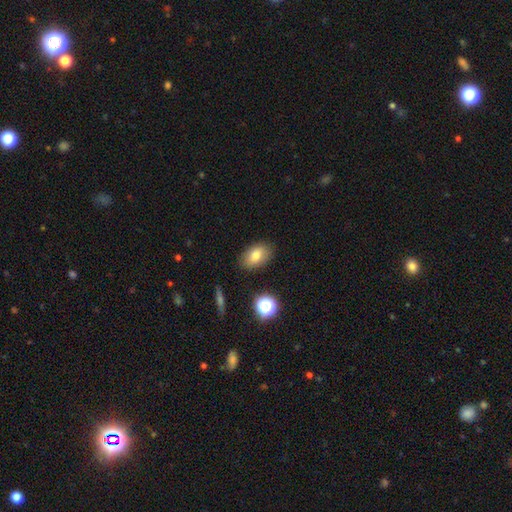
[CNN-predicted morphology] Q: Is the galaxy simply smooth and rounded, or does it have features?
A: smooth — 78%.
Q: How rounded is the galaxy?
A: in between — 86%.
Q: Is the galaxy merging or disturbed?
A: none — 84%.